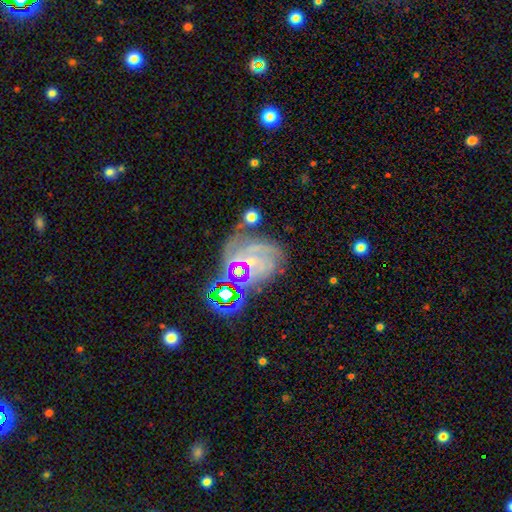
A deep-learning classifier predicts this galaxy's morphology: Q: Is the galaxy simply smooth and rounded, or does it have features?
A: featured or disk — 71%.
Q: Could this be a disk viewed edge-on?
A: no — 97%.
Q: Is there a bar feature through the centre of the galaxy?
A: no — 56%.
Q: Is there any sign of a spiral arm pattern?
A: yes — 93%.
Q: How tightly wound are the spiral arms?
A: tight — 64%.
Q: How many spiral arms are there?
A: can't tell — 27%.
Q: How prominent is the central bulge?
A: small — 72%.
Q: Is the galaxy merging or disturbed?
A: none — 57%.